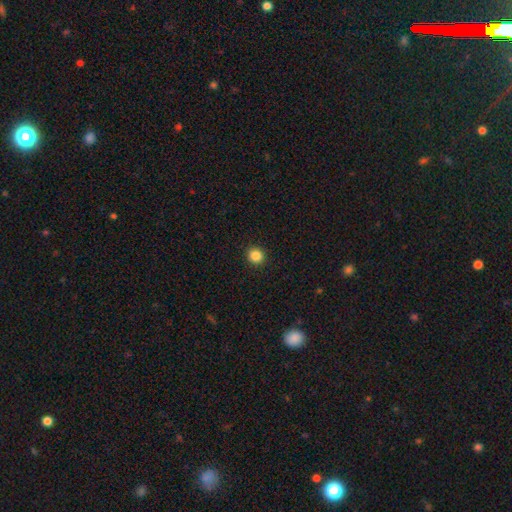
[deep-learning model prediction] smooth_or_featured: smooth (p=0.86) [alt: star or artifact p=0.11]
how_rounded: round (p=0.92) [alt: in between p=0.08]
merging: none (p=0.93) [alt: minor disturbance p=0.05]